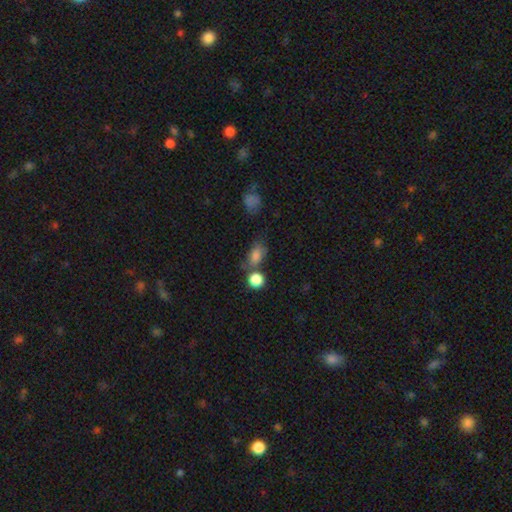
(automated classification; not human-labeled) smooth 81%, star or artifact 11%, featured or disk 8%. Down the decision tree: how rounded — in between (77%); merging — none (47%).